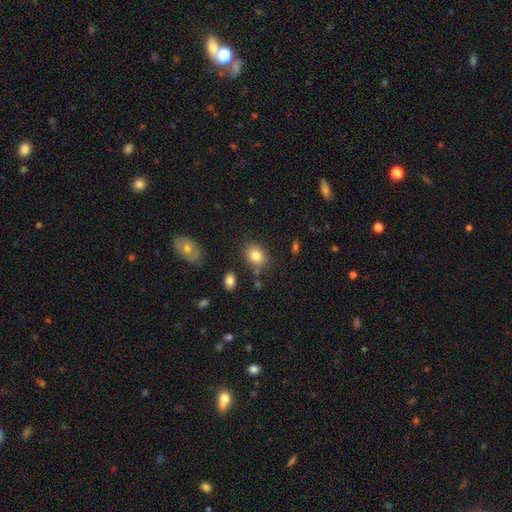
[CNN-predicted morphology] Smooth or featured? Predicted: smooth (p=0.82). How rounded? Predicted: in between (p=0.63). Merging? Predicted: none (p=0.77).